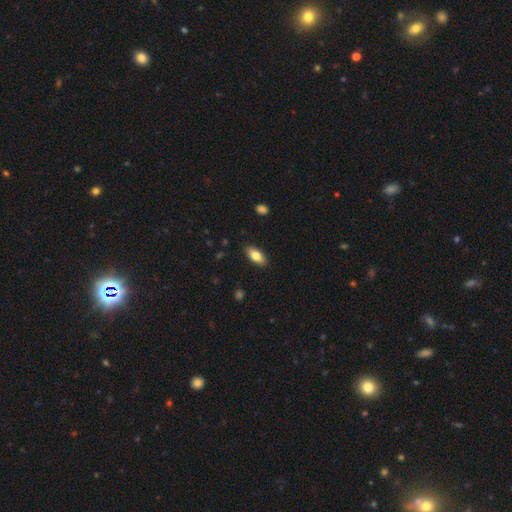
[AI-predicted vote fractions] smooth 78%, featured or disk 15%, star or artifact 7%. Down the decision tree: how rounded — in between (87%); merging — none (89%).